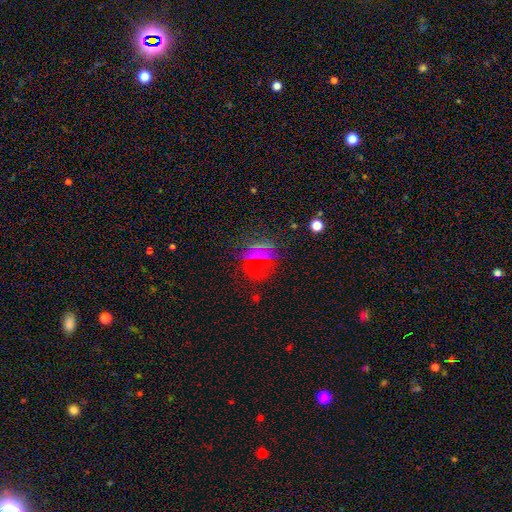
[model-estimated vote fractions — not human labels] Morphology: type=smooth (46%); merging=none (72%).